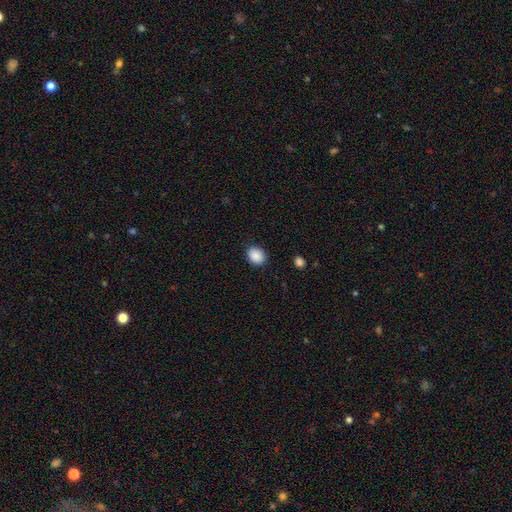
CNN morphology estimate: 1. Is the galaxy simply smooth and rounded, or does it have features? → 89% smooth, 8% star or artifact, 3% featured or disk.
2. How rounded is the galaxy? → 50% in between, 49% round, 1% cigar-shaped.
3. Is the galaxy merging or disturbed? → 88% none, 8% minor disturbance, 2% major disturbance, 1% merger.